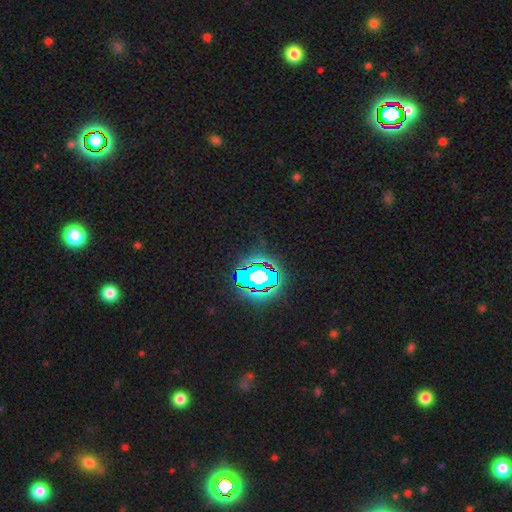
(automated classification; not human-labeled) Q: Smooth or featured?
A: star or artifact (78%); runner-up: smooth (13%)